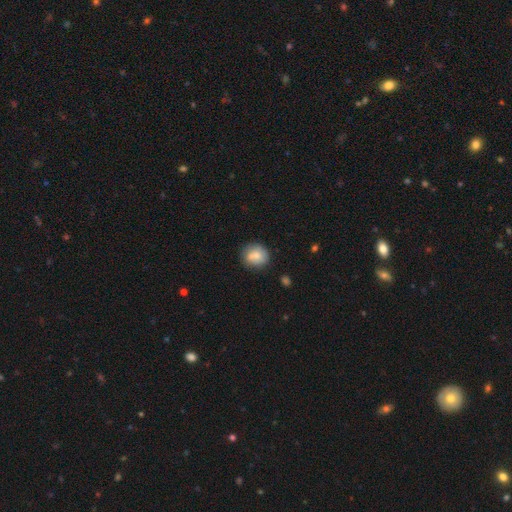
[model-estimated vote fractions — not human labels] smooth_or_featured: smooth (p=0.76) [alt: featured or disk p=0.16]
how_rounded: round (p=0.77) [alt: in between p=0.22]
merging: none (p=0.66) [alt: minor disturbance p=0.19]